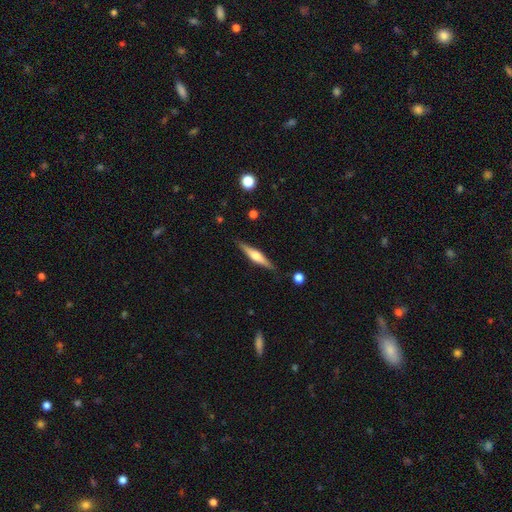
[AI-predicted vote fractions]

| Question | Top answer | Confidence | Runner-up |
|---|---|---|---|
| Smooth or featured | featured or disk | 61% | smooth (33%) |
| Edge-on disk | yes | 96% | no (4%) |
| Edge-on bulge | rounded | 86% | boxy (9%) |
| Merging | none | 87% | minor disturbance (9%) |